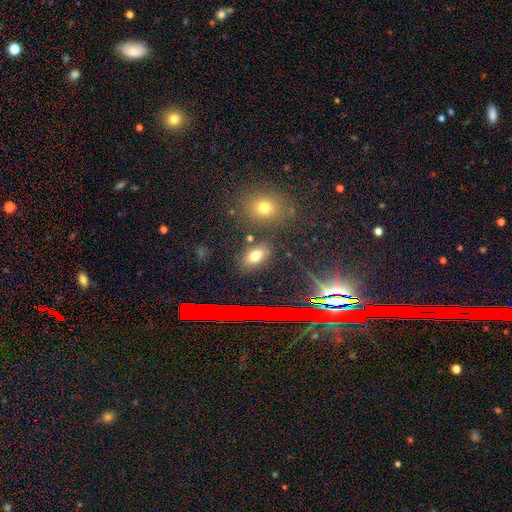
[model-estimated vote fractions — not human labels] This is likely a smooth galaxy (66%). How rounded: likely in between (75%). Merging: clearly none (84%).